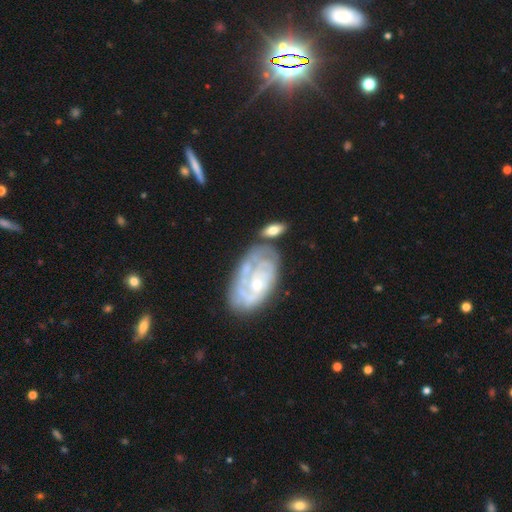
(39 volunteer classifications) This is possibly a featured or disk galaxy (56%). It is clearly not viewed edge-on (91%). Bar: clearly no (85%). Spiral arm pattern: clearly yes (80%). Spiral arm count: possibly can't tell (50%). Spiral winding: possibly tight (56%). Central bulge: likely small (75%). Merging: possibly none (46%).